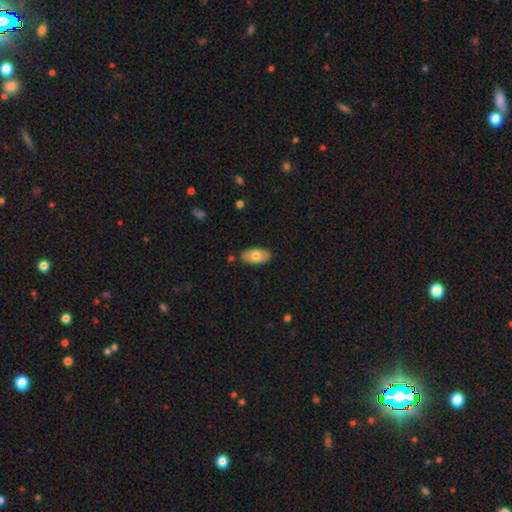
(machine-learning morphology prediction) smooth-or-featured: smooth: 70% | featured or disk: 24% | star or artifact: 6%
  how-rounded: in between: 94% | round: 3% | cigar-shaped: 3%
  merging: none: 83% | minor disturbance: 12% | major disturbance: 2% | merger: 2%